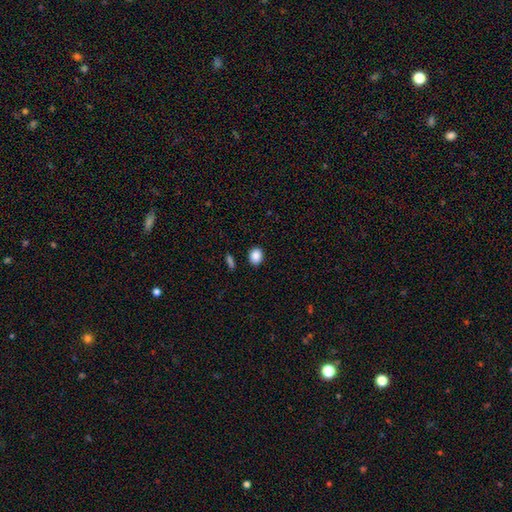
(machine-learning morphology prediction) Smooth or featured? Predicted: smooth (p=0.88). How rounded? Predicted: round (p=0.49, tied with in between). Merging? Predicted: none (p=0.88).